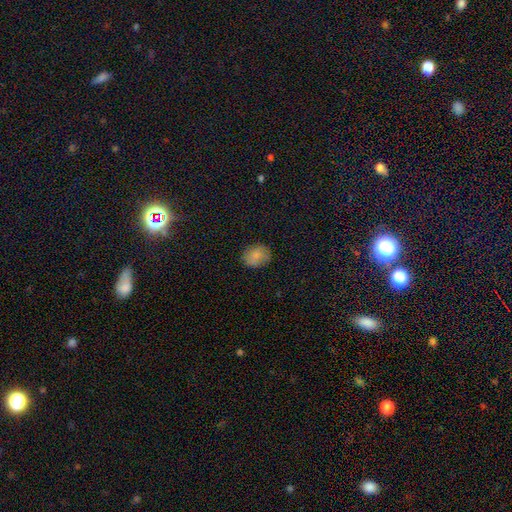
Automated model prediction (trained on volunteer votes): The model was most divided on "how rounded": in between: 53%, round: 46%, cigar-shaped: 1%. More confident: smooth or featured — smooth (83%); merging — none (80%).